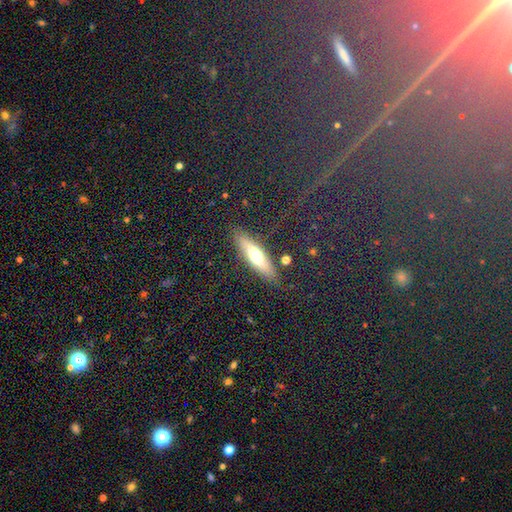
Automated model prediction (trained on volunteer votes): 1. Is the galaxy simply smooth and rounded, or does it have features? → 53% smooth, 39% featured or disk, 8% star or artifact.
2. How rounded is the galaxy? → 66% cigar-shaped, 31% in between, 3% round.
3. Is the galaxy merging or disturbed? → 85% none, 11% minor disturbance, 3% major disturbance, 2% merger.